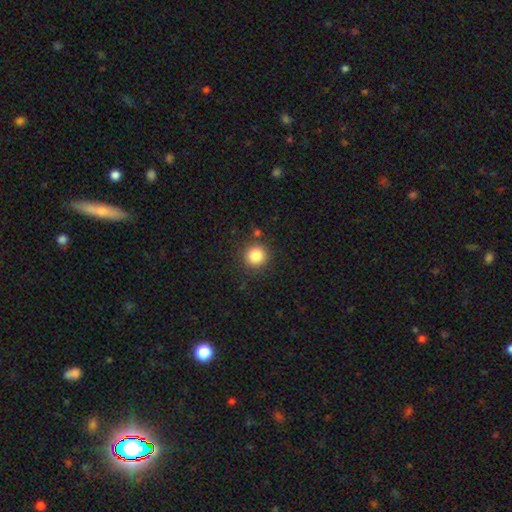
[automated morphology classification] Smooth or featured? smooth (84%)
How rounded? round (94%)
Merging? none (87%)